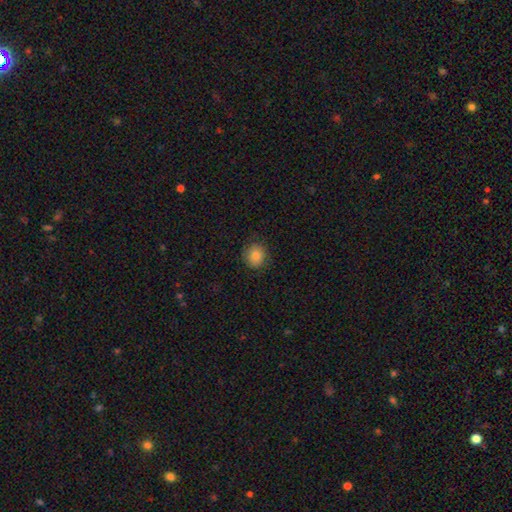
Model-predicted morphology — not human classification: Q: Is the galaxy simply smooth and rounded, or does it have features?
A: smooth — 82%.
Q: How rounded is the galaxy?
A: round — 80%.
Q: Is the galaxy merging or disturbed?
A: none — 82%.